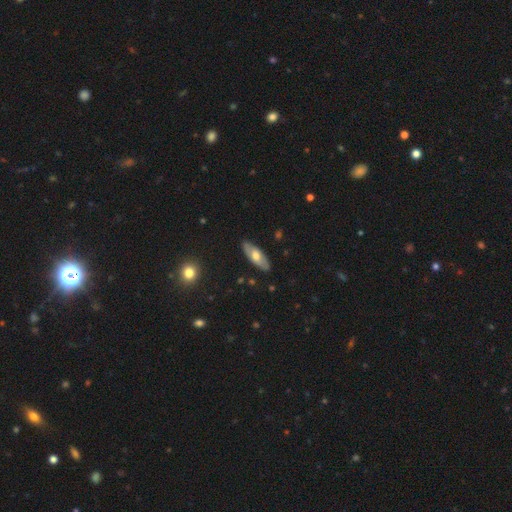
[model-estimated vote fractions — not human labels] A smooth galaxy with no disk features (52%) that is in between round and cigar-shaped (72%).

Vote fractions:
- Smooth or featured? smooth: 52% / featured or disk: 42% / star or artifact: 6%
- How rounded? in between: 72% / cigar-shaped: 25% / round: 3%
- Merging? none: 86% / minor disturbance: 11% / major disturbance: 2% / merger: 1%